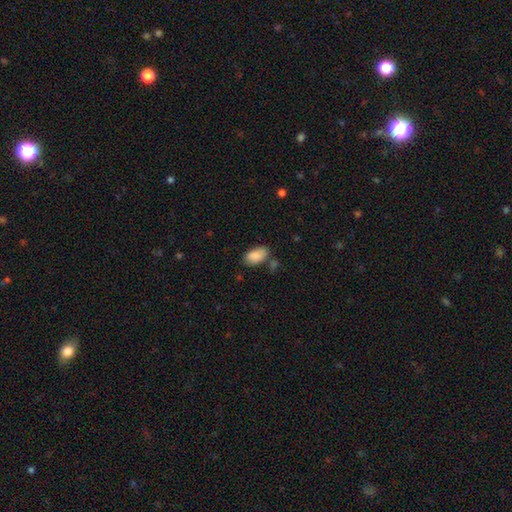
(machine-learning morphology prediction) A smooth galaxy with no disk features (88%) that is in between round and cigar-shaped (94%). Merging: none (67%).